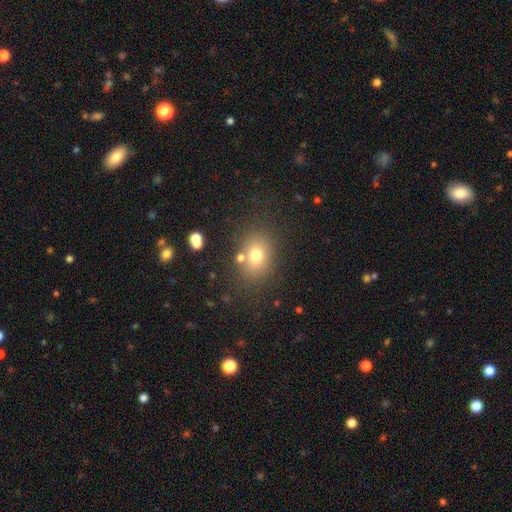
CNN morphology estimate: type=smooth (73%); roundness=in between (62%); merging=none (75%).